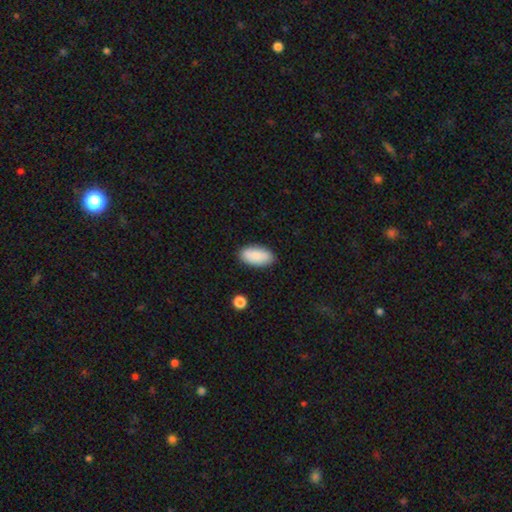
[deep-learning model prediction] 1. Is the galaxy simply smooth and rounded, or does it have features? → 88% smooth, 6% star or artifact, 6% featured or disk.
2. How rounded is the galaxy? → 93% in between, 5% cigar-shaped, 2% round.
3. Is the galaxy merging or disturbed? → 86% none, 11% minor disturbance, 2% major disturbance, 1% merger.